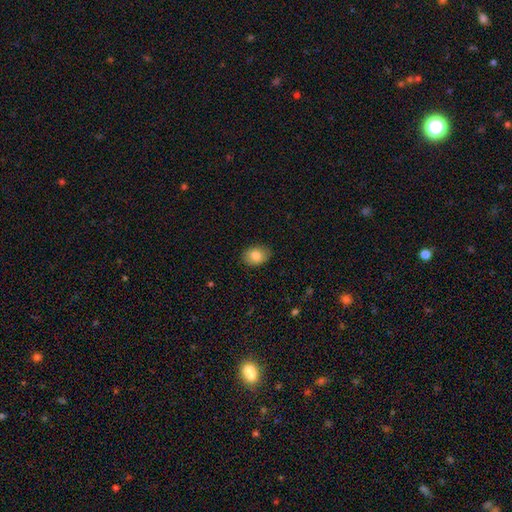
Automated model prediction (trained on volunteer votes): This is clearly a smooth galaxy (83%). How rounded: likely in between (72%). Merging: clearly none (87%).